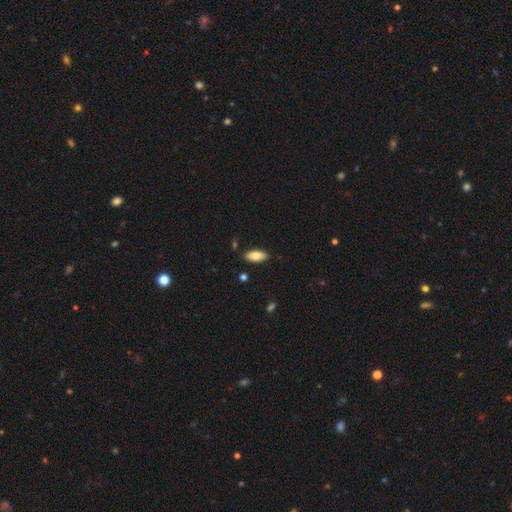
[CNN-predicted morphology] smooth_or_featured: smooth (p=0.76) [alt: featured or disk p=0.17]
how_rounded: in between (p=0.86) [alt: cigar-shaped p=0.12]
merging: none (p=0.87) [alt: minor disturbance p=0.09]